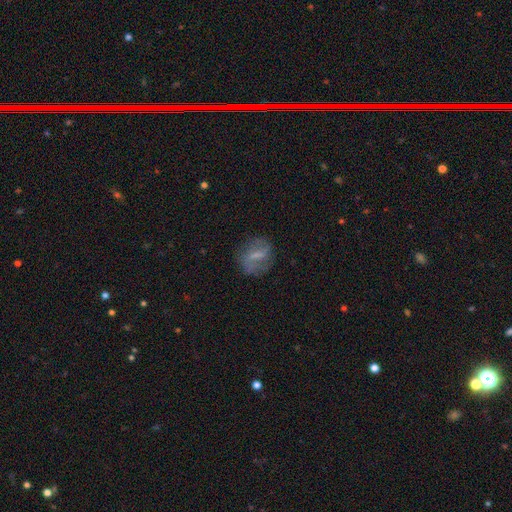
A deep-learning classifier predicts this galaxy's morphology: Overall: featured or disk (55%; smooth 36%). Edge-on disk: no (94%). Bar: weak (42%; strong 41%). Spiral arms: yes (63%; no 37%). Bulge size: none (39%; small 35%). Merging: none (69%).